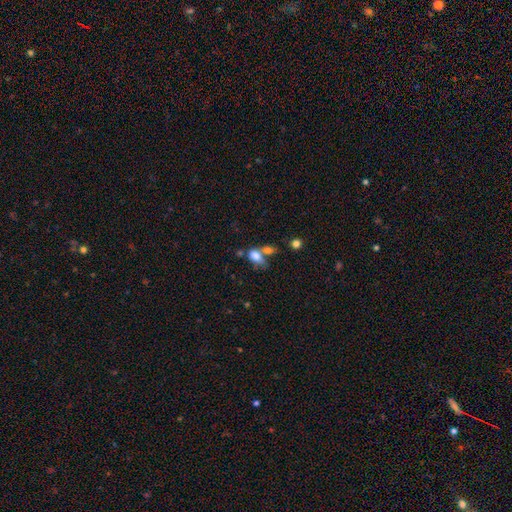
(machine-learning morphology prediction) This appears to be a smooth galaxy with no disk features (76%) that is in between round and cigar-shaped (83%). Merging: merger (48%).